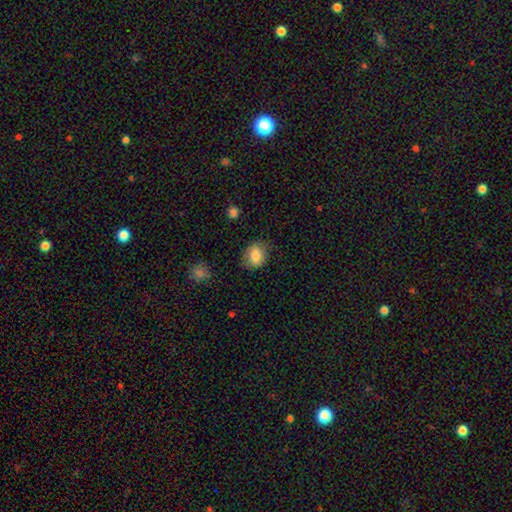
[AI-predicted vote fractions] smooth_or_featured: smooth (p=0.81) [alt: featured or disk p=0.10]
how_rounded: in between (p=0.54) [alt: round p=0.45]
merging: none (p=0.78) [alt: minor disturbance p=0.17]